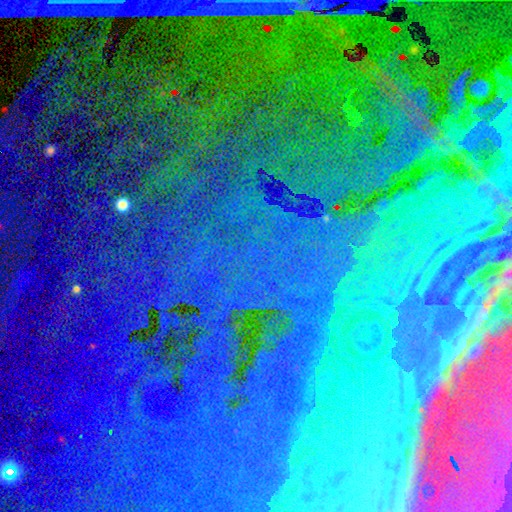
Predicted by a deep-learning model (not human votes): smooth_or_featured: star or artifact (p=0.84) [alt: featured or disk p=0.09]